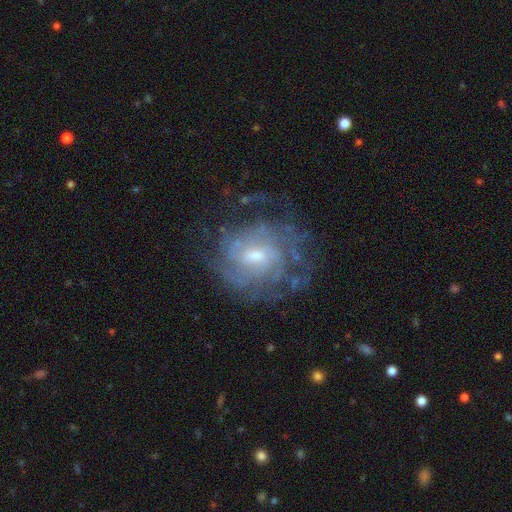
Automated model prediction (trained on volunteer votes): smooth_or_featured: featured or disk (p=0.79) [alt: smooth p=0.13]
disk_edge_on: no (p=0.97) [alt: yes p=0.03]
bar: weak (p=0.50) [alt: no p=0.42]
has_spiral_arms: yes (p=0.86) [alt: no p=0.14]
spiral_winding: tight (p=0.55) [alt: medium p=0.33]
spiral_arm_count: can't tell (p=0.50) [alt: 4 p=0.13]
bulge_size: small (p=0.47) [alt: moderate p=0.45]
merging: none (p=0.63) [alt: minor disturbance p=0.18]